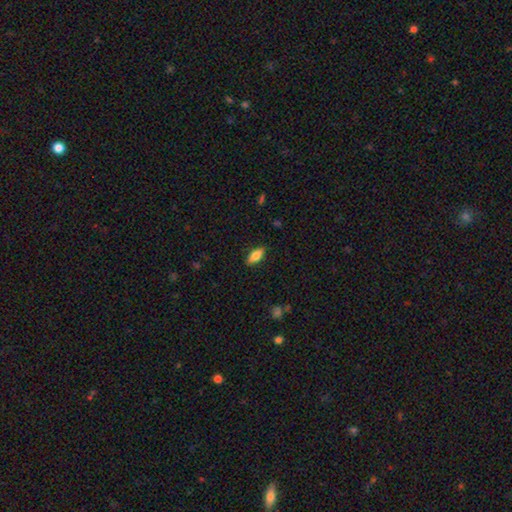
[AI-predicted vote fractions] Smooth or featured?
  - smooth: 74% *
  - featured or disk: 19%
  - star or artifact: 7%
How rounded?
  - in between: 79% *
  - cigar-shaped: 18%
  - round: 3%
Merging?
  - none: 87% *
  - minor disturbance: 10%
  - major disturbance: 2%
  - merger: 1%